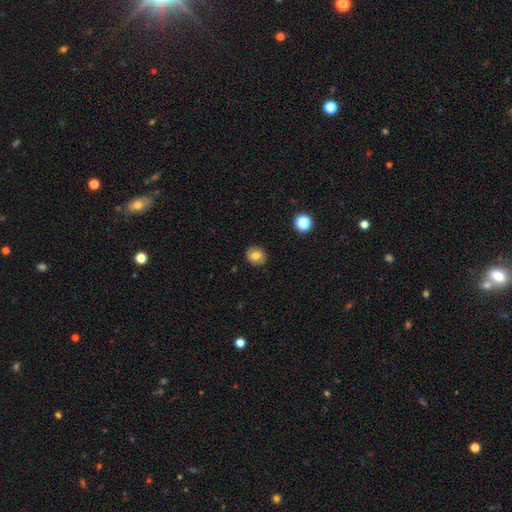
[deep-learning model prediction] smooth 68%, featured or disk 22%, star or artifact 10%. Down the decision tree: how rounded — round (79%); merging — none (87%).